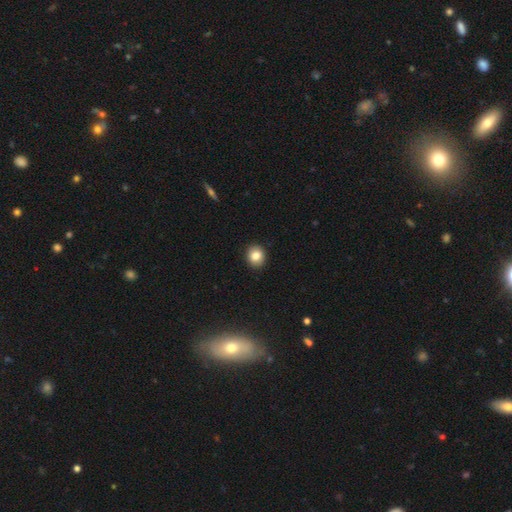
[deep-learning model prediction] This is clearly a smooth galaxy (84%). How rounded: likely round (75%). Merging: clearly none (92%).